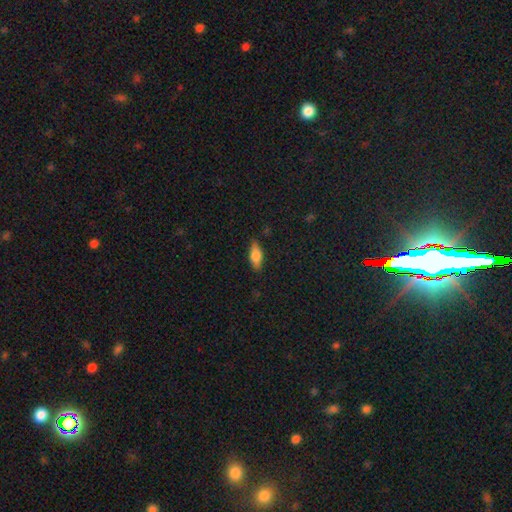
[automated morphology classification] smooth-or-featured: smooth: 71% | featured or disk: 22% | star or artifact: 7%
  how-rounded: in between: 73% | cigar-shaped: 24% | round: 3%
  merging: none: 84% | minor disturbance: 13% | major disturbance: 3% | merger: 1%